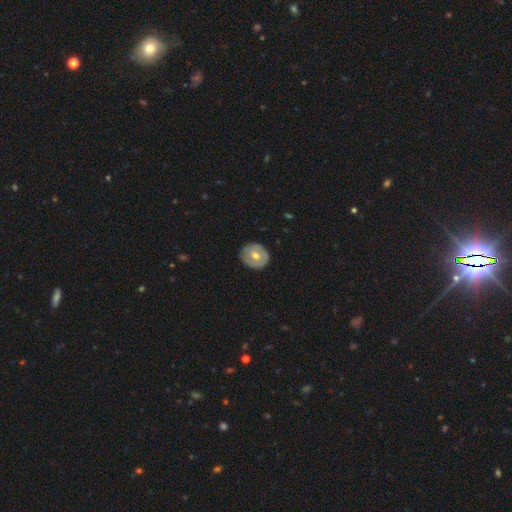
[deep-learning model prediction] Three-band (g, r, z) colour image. It shows a smooth galaxy with no disk features (50%) that is round (83%). Merging: none (85%).